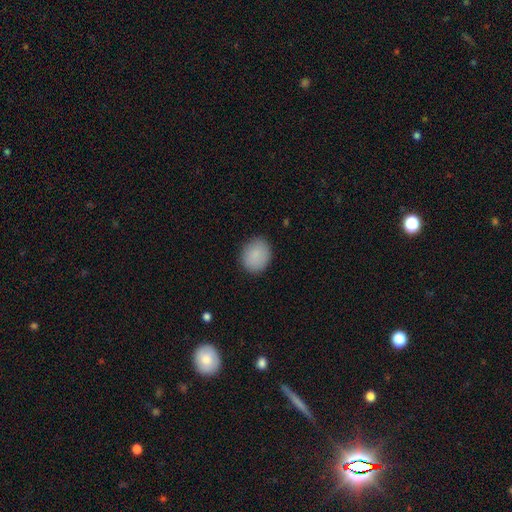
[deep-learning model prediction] The model was most divided on "how rounded": round: 60%, in between: 39%, cigar-shaped: 1%. More confident: smooth or featured — smooth (88%); merging — none (87%).